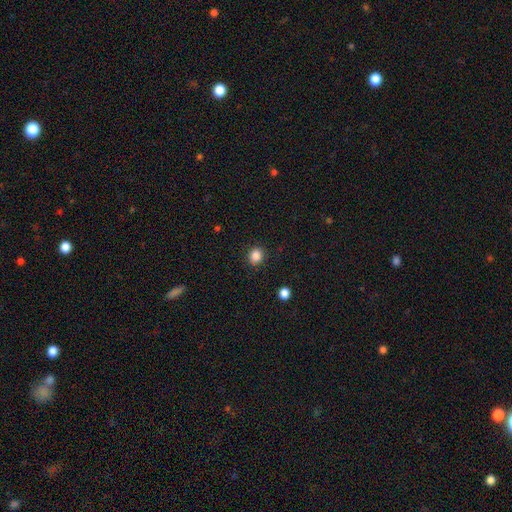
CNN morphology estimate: Overall: smooth (86%). How rounded: round (79%). Merging: none (90%).